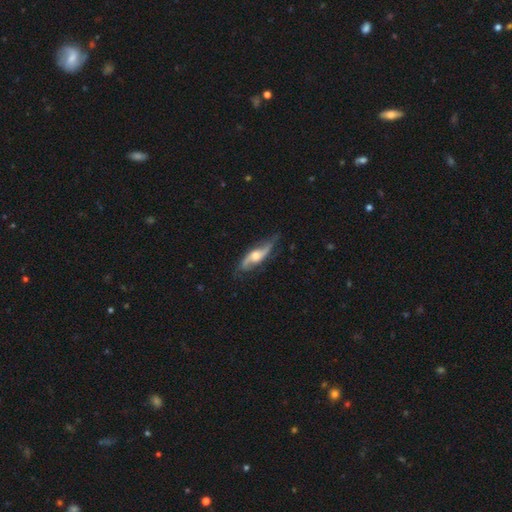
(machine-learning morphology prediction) smooth_or_featured: featured or disk (p=0.77) [alt: smooth p=0.18]
disk_edge_on: no (p=0.75) [alt: yes p=0.25]
bar: no (p=0.58) [alt: weak p=0.32]
has_spiral_arms: yes (p=0.93) [alt: no p=0.07]
spiral_winding: loose (p=0.67) [alt: medium p=0.25]
spiral_arm_count: 2 (p=0.90) [alt: can't tell p=0.05]
bulge_size: moderate (p=0.58) [alt: large p=0.20]
merging: none (p=0.68) [alt: minor disturbance p=0.22]